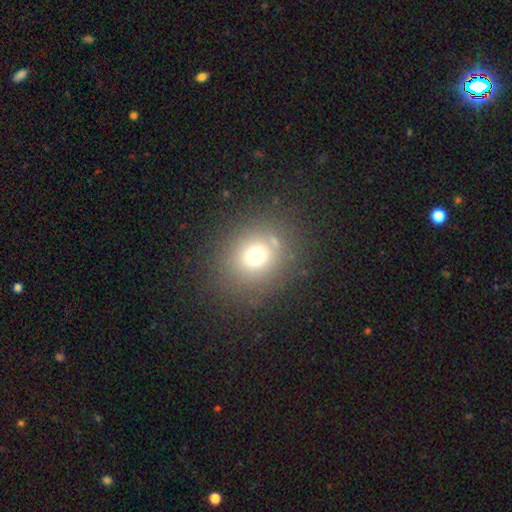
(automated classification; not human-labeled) Smooth or featured: smooth — 67% (star or artifact — 20%)
How rounded: round — 80% (in between — 19%)
Merging: none — 81% (minor disturbance — 10%)